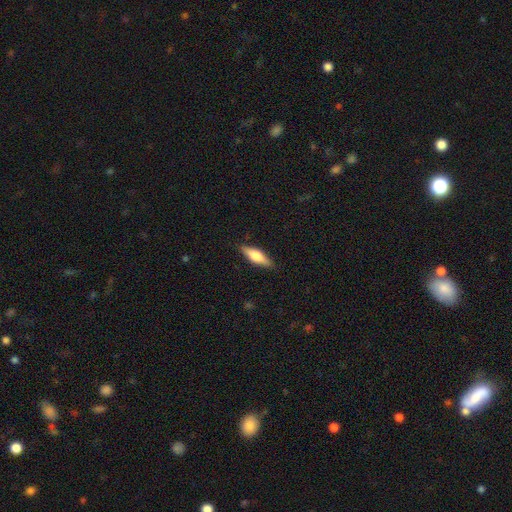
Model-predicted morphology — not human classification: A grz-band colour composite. It shows a smooth galaxy with no disk features (59%) that is in between round and cigar-shaped (51%). Merging: none (87%).